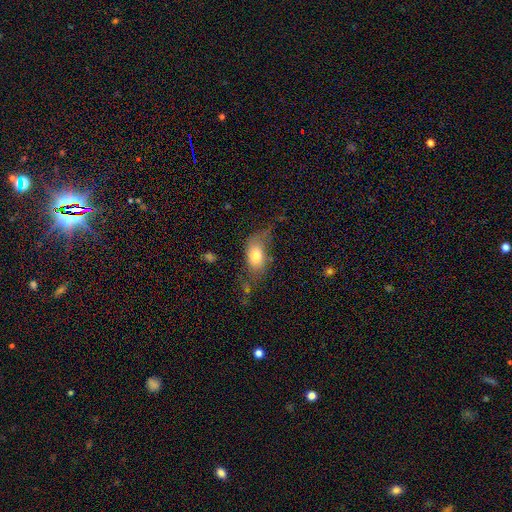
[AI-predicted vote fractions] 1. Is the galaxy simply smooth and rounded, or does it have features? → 64% smooth, 28% featured or disk, 8% star or artifact.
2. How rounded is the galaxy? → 87% in between, 10% round, 4% cigar-shaped.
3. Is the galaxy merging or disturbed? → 40% none, 29% minor disturbance, 26% major disturbance, 4% merger.